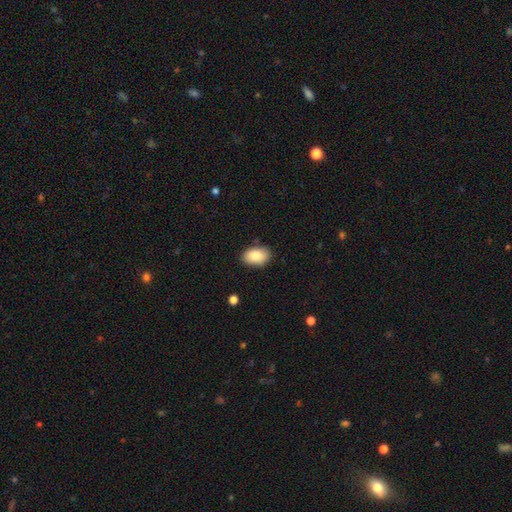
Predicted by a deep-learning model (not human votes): Smooth or featured? smooth (86%)
How rounded? in between (89%)
Merging? none (84%)